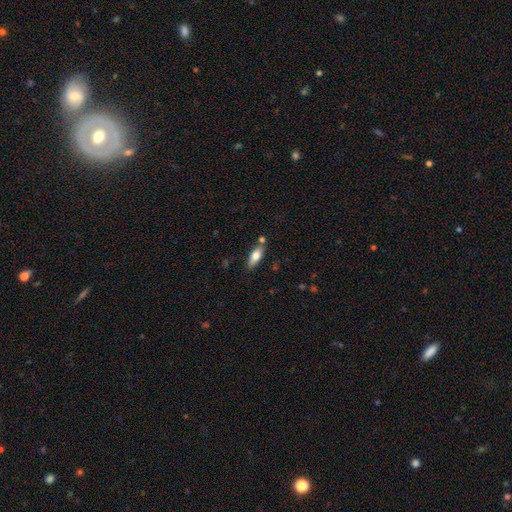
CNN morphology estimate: Smooth or featured?
  - smooth: 69% *
  - featured or disk: 24%
  - star or artifact: 6%
How rounded?
  - in between: 67% *
  - cigar-shaped: 31%
  - round: 2%
Merging?
  - none: 74% *
  - minor disturbance: 15%
  - merger: 9%
  - major disturbance: 3%